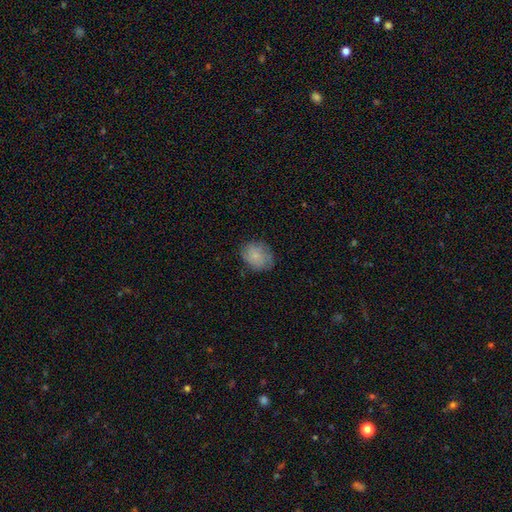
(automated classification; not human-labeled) Smooth or featured: smooth — 78% (featured or disk — 14%)
How rounded: in between — 54% (round — 46%)
Merging: none — 73% (minor disturbance — 21%)